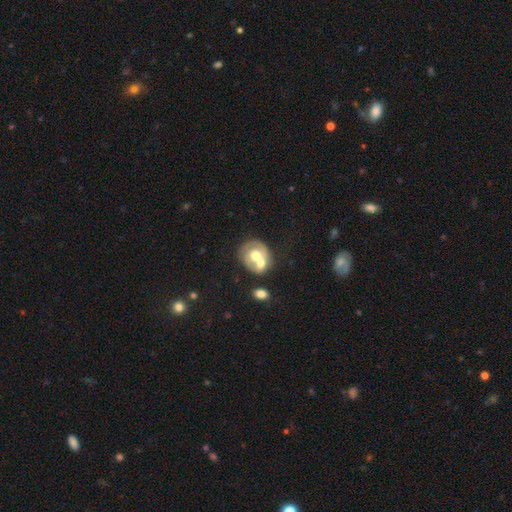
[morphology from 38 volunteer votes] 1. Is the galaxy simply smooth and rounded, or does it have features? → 50% featured or disk, 45% smooth, 5% star or artifact.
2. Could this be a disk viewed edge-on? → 89% no, 11% yes.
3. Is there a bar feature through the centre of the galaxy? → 76% no, 24% weak, 0% strong.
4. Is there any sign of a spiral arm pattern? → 76% no, 24% yes.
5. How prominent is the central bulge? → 71% moderate, 12% large, 12% small, 6% none, 0% dominant.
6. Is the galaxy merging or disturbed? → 61% merger, 28% none, 8% minor disturbance, 3% major disturbance.